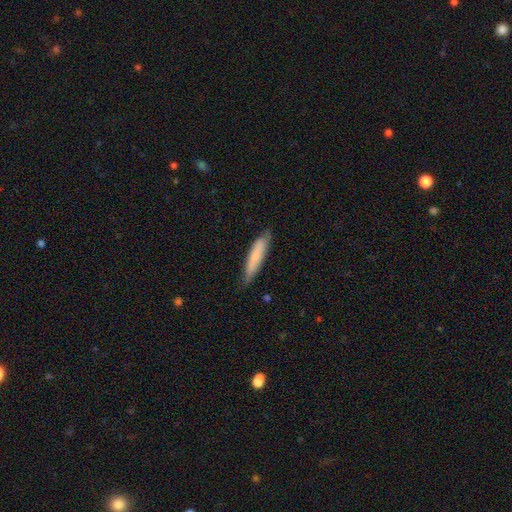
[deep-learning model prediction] smooth_or_featured: smooth (p=0.72) [alt: featured or disk p=0.22]
how_rounded: cigar-shaped (p=0.84) [alt: in between p=0.14]
merging: none (p=0.77) [alt: minor disturbance p=0.19]